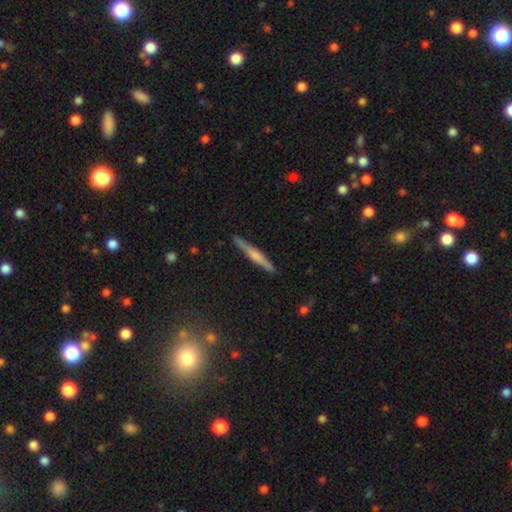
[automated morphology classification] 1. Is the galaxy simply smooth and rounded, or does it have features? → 51% featured or disk, 42% smooth, 6% star or artifact.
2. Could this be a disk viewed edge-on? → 97% yes, 3% no.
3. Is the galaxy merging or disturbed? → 90% none, 8% minor disturbance, 1% major disturbance, 1% merger.